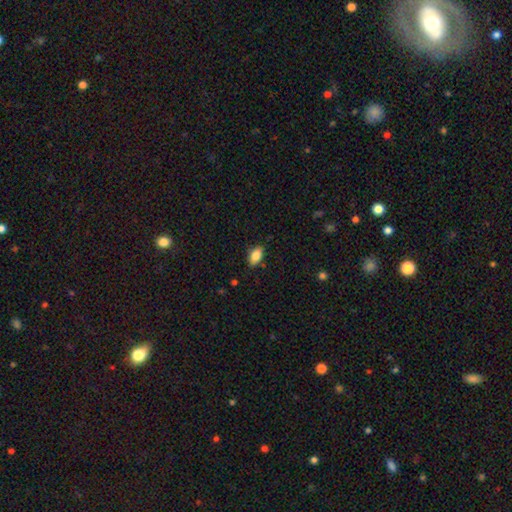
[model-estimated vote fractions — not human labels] This is clearly a smooth galaxy (85%). How rounded: clearly in between (91%). Merging: clearly none (83%).